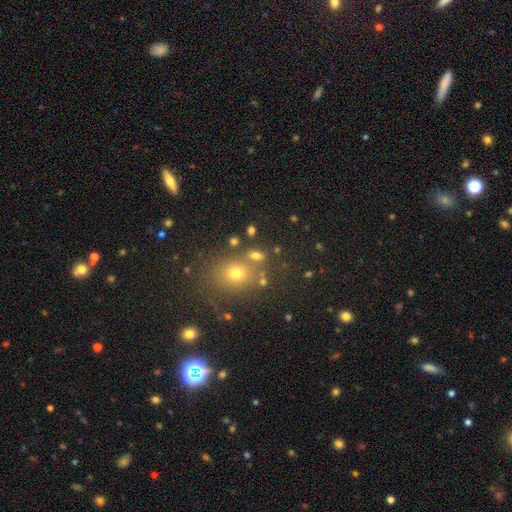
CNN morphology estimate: Smooth or featured? Predicted: smooth (p=0.68). How rounded? Predicted: in between (p=0.60). Merging? Predicted: none (p=0.66).